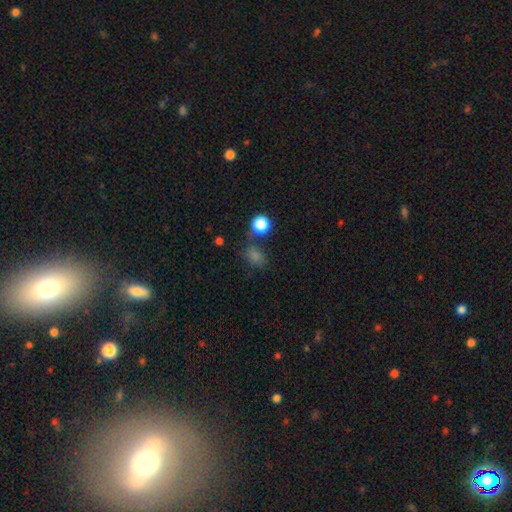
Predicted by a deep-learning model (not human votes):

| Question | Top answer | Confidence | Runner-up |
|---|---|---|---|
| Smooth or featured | smooth | 69% | star or artifact (24%) |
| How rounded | in between | 56% | round (42%) |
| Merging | none | 64% | minor disturbance (17%) |